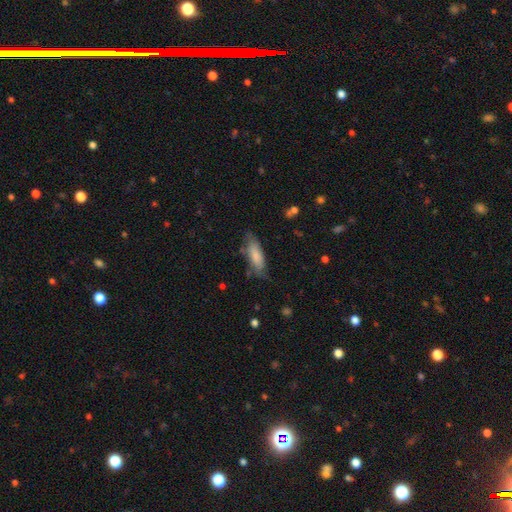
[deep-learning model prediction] smooth 77%, featured or disk 17%, star or artifact 6%. Down the decision tree: how rounded — in between (61%); merging — none (63%).